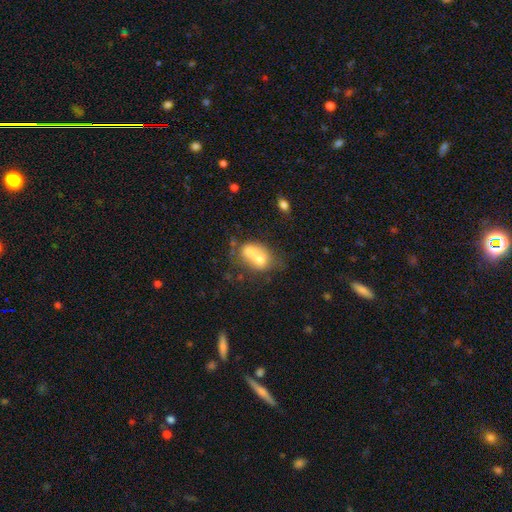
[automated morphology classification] The model was most divided on "how rounded": in between: 60%, round: 38%, cigar-shaped: 2%. More confident: merging — merger (65%); smooth or featured — smooth (63%).